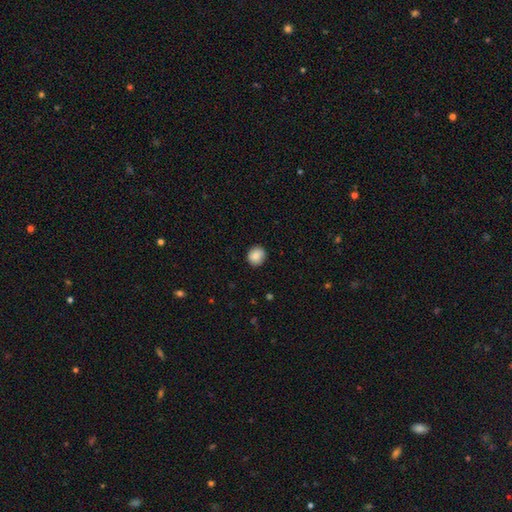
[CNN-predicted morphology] Q: Smooth or featured?
A: smooth (87%); runner-up: star or artifact (8%)
Q: How rounded?
A: round (80%); runner-up: in between (19%)
Q: Merging?
A: none (89%); runner-up: minor disturbance (8%)